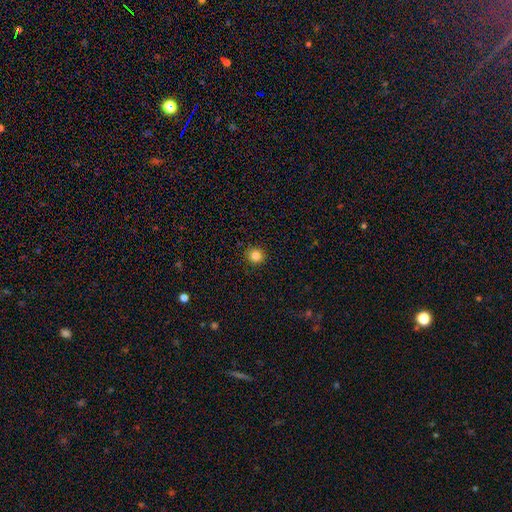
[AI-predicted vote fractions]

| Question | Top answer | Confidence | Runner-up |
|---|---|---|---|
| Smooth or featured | smooth | 84% | star or artifact (11%) |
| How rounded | round | 93% | in between (6%) |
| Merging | none | 92% | minor disturbance (5%) |